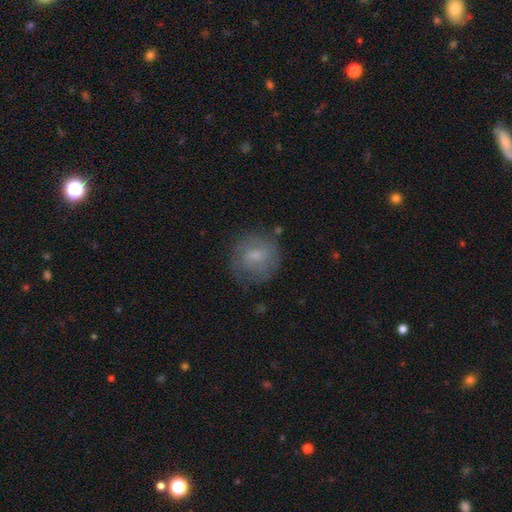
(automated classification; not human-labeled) This appears to be a smooth galaxy with no disk features (56%) that is round (85%). Merging: none (68%).